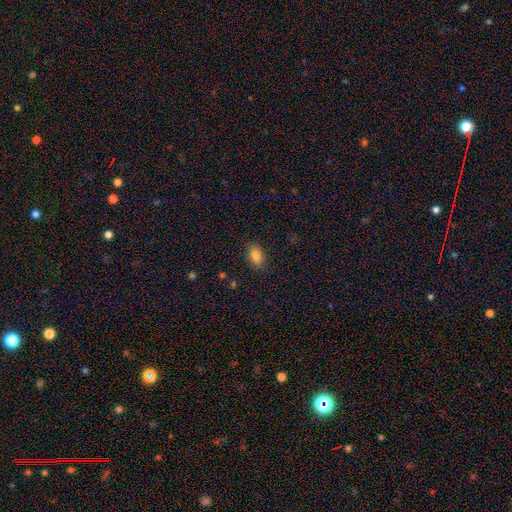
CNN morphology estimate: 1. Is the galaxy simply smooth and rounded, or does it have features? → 82% smooth, 9% star or artifact, 9% featured or disk.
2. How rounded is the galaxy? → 86% in between, 9% round, 5% cigar-shaped.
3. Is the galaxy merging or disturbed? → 86% none, 11% minor disturbance, 2% major disturbance, 1% merger.